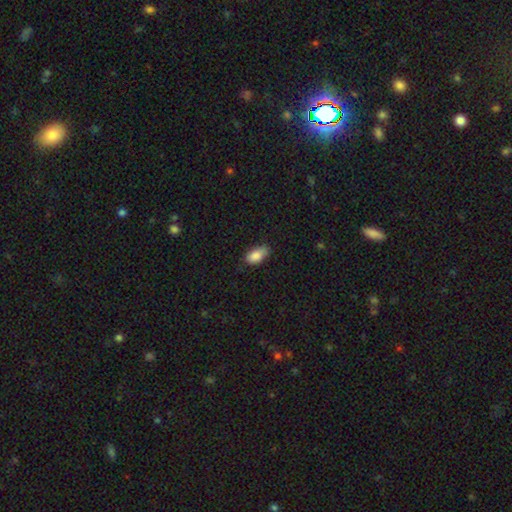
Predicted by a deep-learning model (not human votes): smooth 86%, star or artifact 7%, featured or disk 7%. Down the decision tree: how rounded — in between (91%); merging — none (68%).